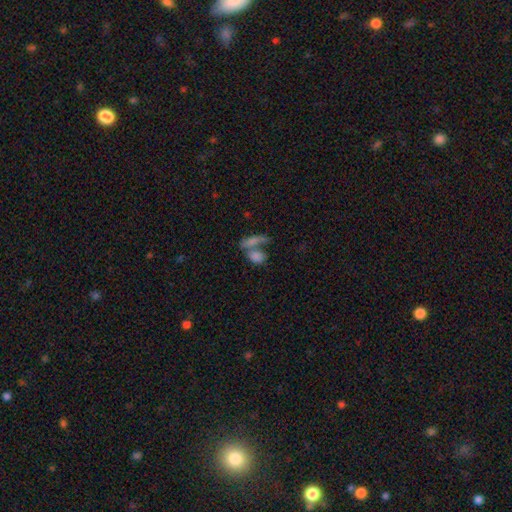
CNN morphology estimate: type=smooth (74%); roundness=in between (75%); merging=merger (58%).